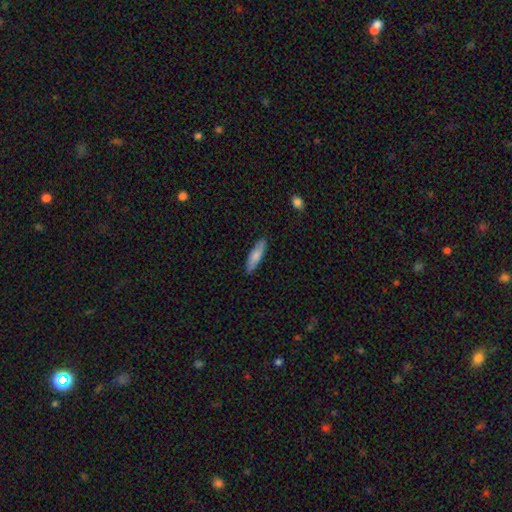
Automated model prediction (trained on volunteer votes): A smooth galaxy with no disk features (78%) that is cigar-shaped (68%).

Vote fractions:
- Smooth or featured? smooth: 78% / featured or disk: 17% / star or artifact: 5%
- How rounded? cigar-shaped: 68% / in between: 30% / round: 2%
- Merging? none: 85% / minor disturbance: 12% / major disturbance: 2% / merger: 1%